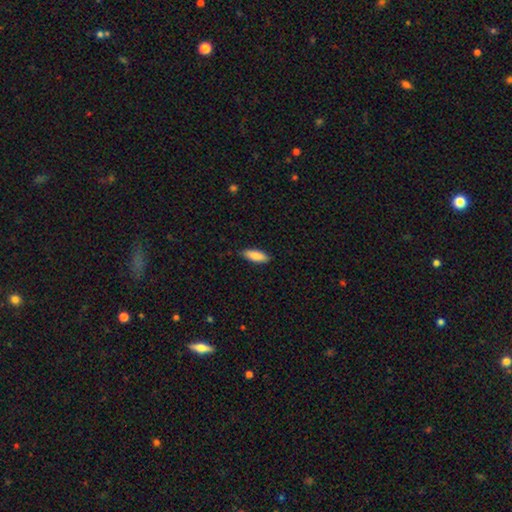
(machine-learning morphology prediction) smooth-or-featured: smooth: 87% | featured or disk: 7% | star or artifact: 6%
  how-rounded: in between: 68% | cigar-shaped: 31% | round: 2%
  merging: none: 86% | minor disturbance: 11% | major disturbance: 2% | merger: 1%